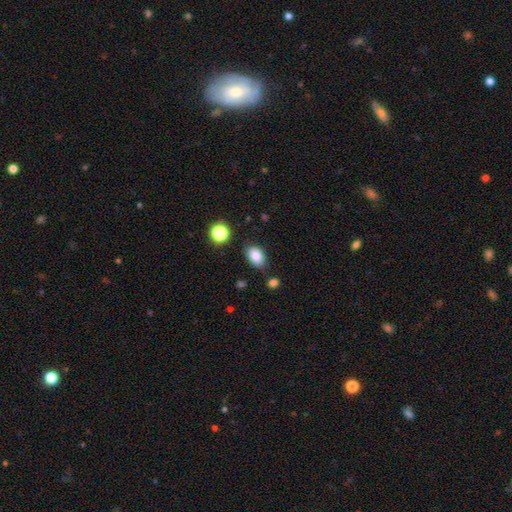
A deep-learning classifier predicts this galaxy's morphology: This appears to be a smooth galaxy with no disk features (85%) that is in between round and cigar-shaped (84%). Merging: none (79%).